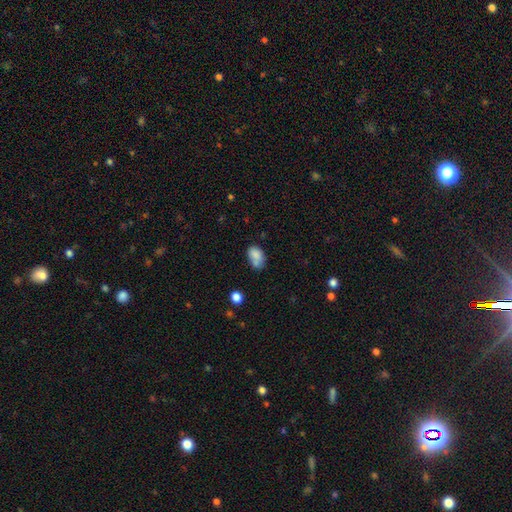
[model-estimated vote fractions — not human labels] Smooth or featured?
  - smooth: 79% *
  - featured or disk: 11%
  - star or artifact: 10%
How rounded?
  - in between: 78% *
  - round: 21%
  - cigar-shaped: 1%
Merging?
  - none: 39% *
  - merger: 30%
  - minor disturbance: 22%
  - major disturbance: 9%